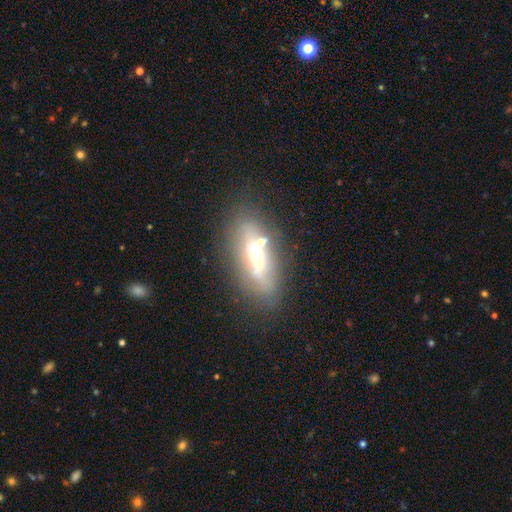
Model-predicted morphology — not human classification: Overall: featured or disk (62%; smooth 27%). Edge-on disk: yes (71%). Merging: none (72%).